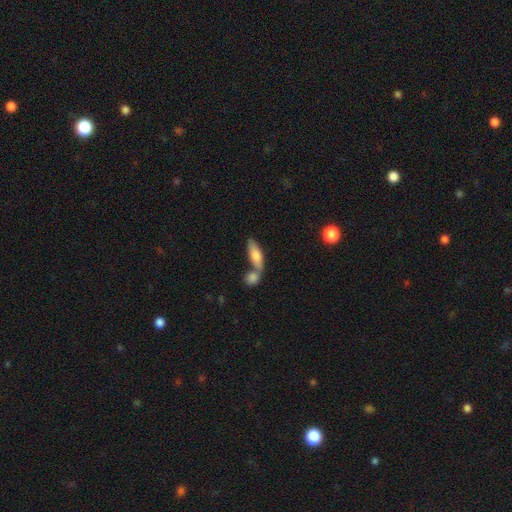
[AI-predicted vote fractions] Smooth or featured: smooth — 74% (featured or disk — 19%)
How rounded: in between — 65% (cigar-shaped — 32%)
Merging: merger — 47% (none — 39%)